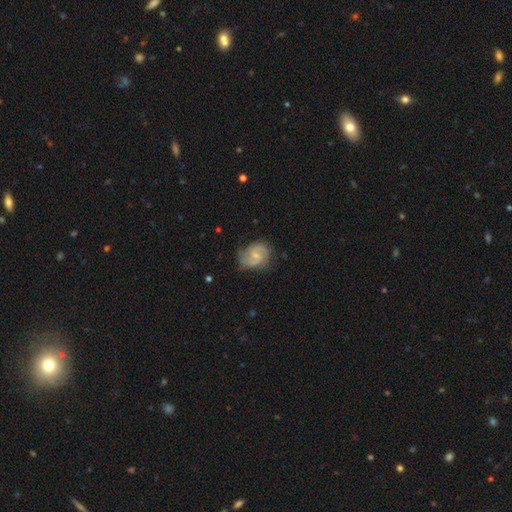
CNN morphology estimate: This appears to be a featured or disk galaxy (80%) with a weak bar (55%), 2 (86%) medium (52%) spiral arms (96%) and a small central bulge (59%). Merging: none (71%).